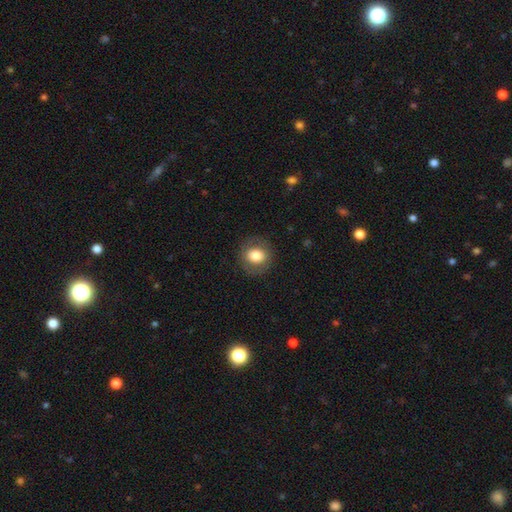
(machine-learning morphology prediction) Overall: smooth (77%). How rounded: round (82%). Merging: none (87%).